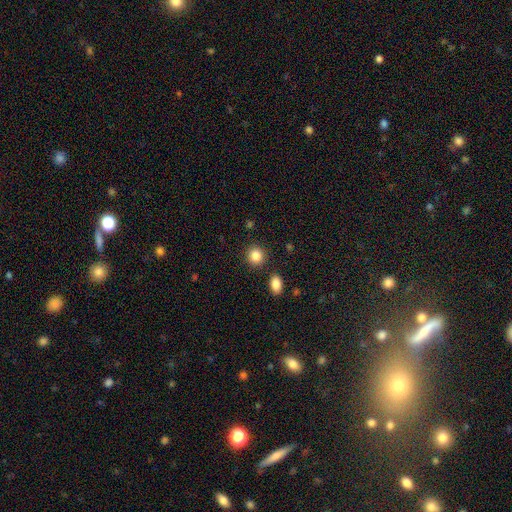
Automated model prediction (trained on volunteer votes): Smooth or featured? Predicted: smooth (p=0.86). How rounded? Predicted: round (p=0.85). Merging? Predicted: none (p=0.88).